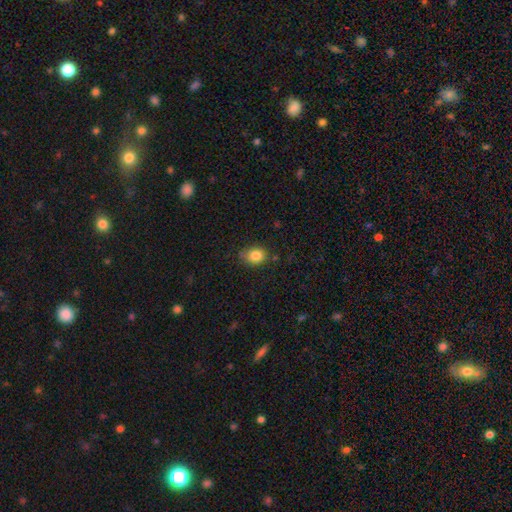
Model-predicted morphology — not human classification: The model was most divided on "how rounded": in between: 52%, round: 47%, cigar-shaped: 1%. More confident: smooth or featured — smooth (84%); merging — none (74%).